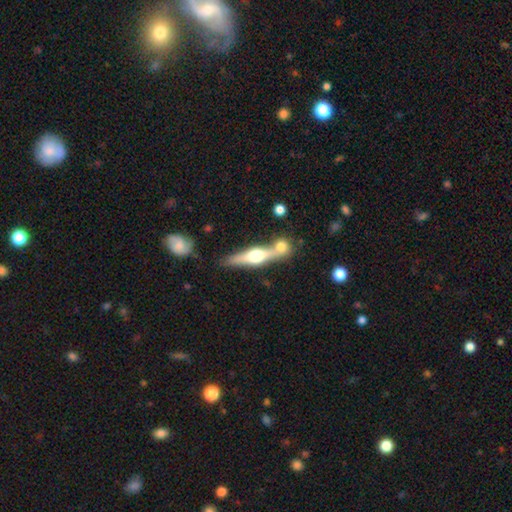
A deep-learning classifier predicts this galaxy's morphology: type=featured or disk (64%); edge-on=yes (93%); edge-on bulge=rounded (94%); merging=none (57%).